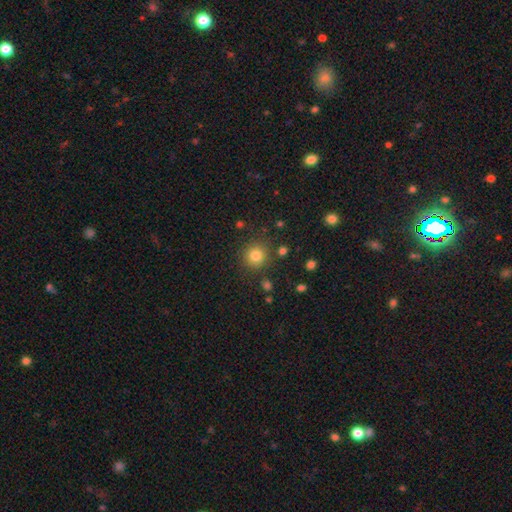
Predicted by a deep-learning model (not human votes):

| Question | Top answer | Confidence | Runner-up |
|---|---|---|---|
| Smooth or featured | smooth | 82% | star or artifact (12%) |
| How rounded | round | 90% | in between (9%) |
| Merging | none | 85% | minor disturbance (8%) |